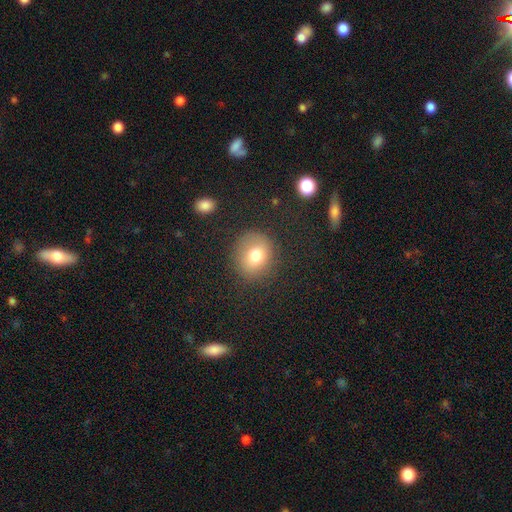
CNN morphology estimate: Q: Smooth or featured?
A: smooth (75%); runner-up: featured or disk (13%)
Q: How rounded?
A: round (75%); runner-up: in between (24%)
Q: Merging?
A: none (80%); runner-up: minor disturbance (13%)